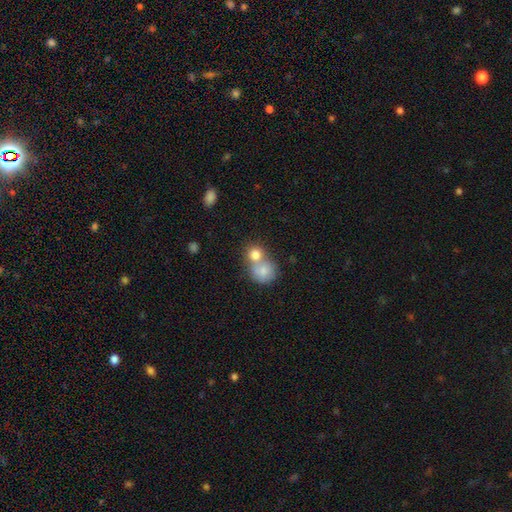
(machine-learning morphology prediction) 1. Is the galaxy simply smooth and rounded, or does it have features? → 79% smooth, 12% featured or disk, 9% star or artifact.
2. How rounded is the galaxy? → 79% round, 20% in between, 1% cigar-shaped.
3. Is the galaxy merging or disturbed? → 57% merger, 33% none, 7% minor disturbance, 3% major disturbance.